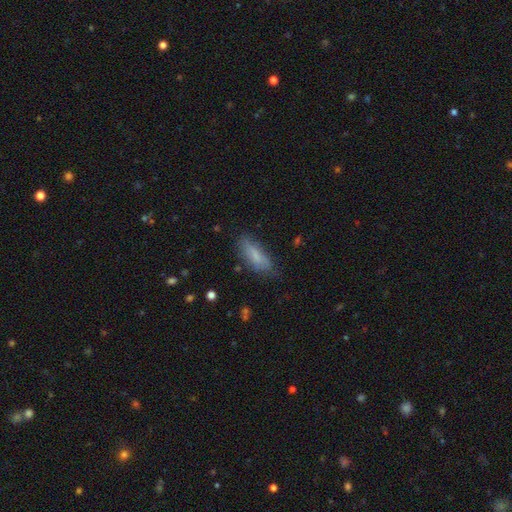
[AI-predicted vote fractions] smooth_or_featured: smooth (p=0.73) [alt: featured or disk p=0.19]
how_rounded: in between (p=0.61) [alt: cigar-shaped p=0.37]
merging: none (p=0.67) [alt: minor disturbance p=0.23]